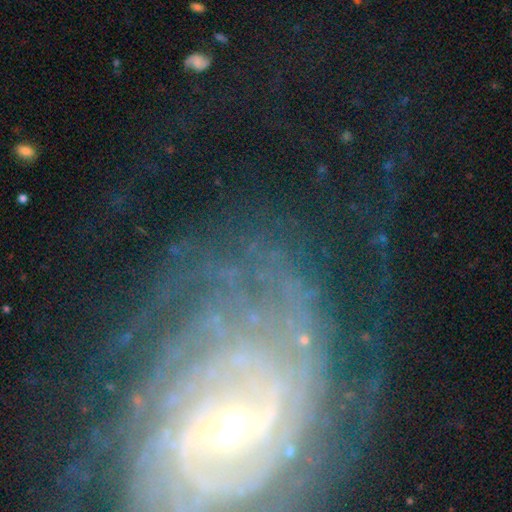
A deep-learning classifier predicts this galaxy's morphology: smooth-or-featured: featured or disk: 84% | star or artifact: 10% | smooth: 7%
  disk-edge-on: no: 96% | yes: 4%
    bar: no: 44% | weak: 36% | strong: 20%
    has-spiral-arms: yes: 91% | no: 9%
      spiral-winding: tight: 70% | medium: 22% | loose: 8%
      spiral-arm-count: can't tell: 38% | more than 4: 17% | 2: 14% | 4: 12% | 3: 11% | 1: 8%
    bulge-size: small: 62% | moderate: 33% | large: 3% | none: 2% | dominant: 1%
  merging: none: 70% | minor disturbance: 15% | major disturbance: 13% | merger: 2%